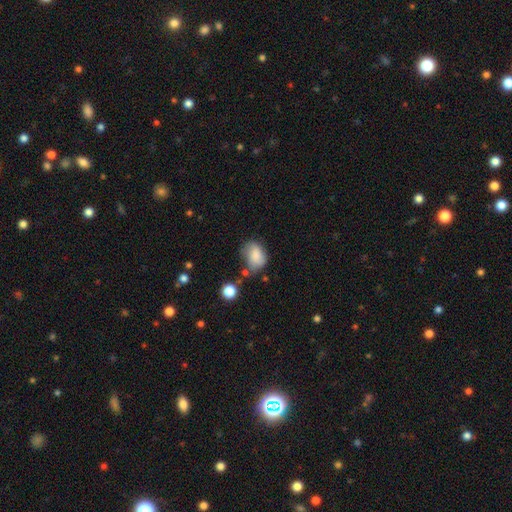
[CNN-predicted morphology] type=smooth (80%); roundness=in between (71%); merging=none (45%).